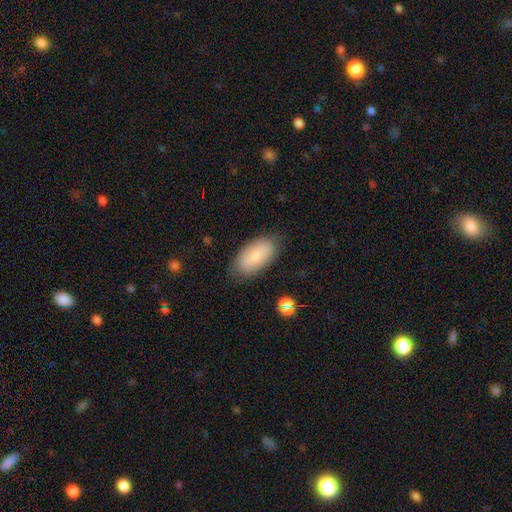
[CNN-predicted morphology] smooth_or_featured: smooth (p=0.80) [alt: featured or disk p=0.13]
how_rounded: in between (p=0.94) [alt: cigar-shaped p=0.04]
merging: none (p=0.80) [alt: minor disturbance p=0.15]